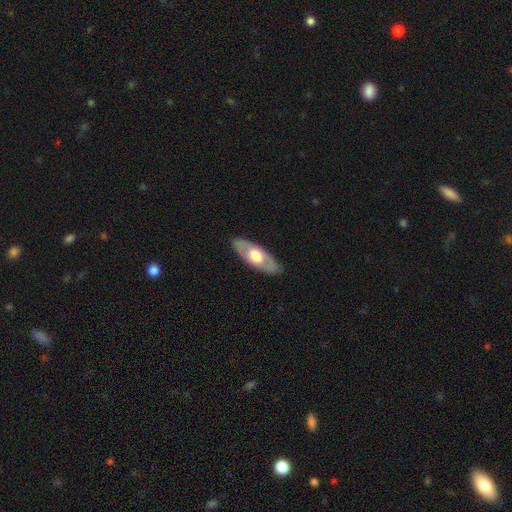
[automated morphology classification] Smooth or featured: featured or disk — 52% (smooth — 43%)
Edge-on disk: no — 67% (yes — 33%)
Merging: none — 85% (minor disturbance — 11%)